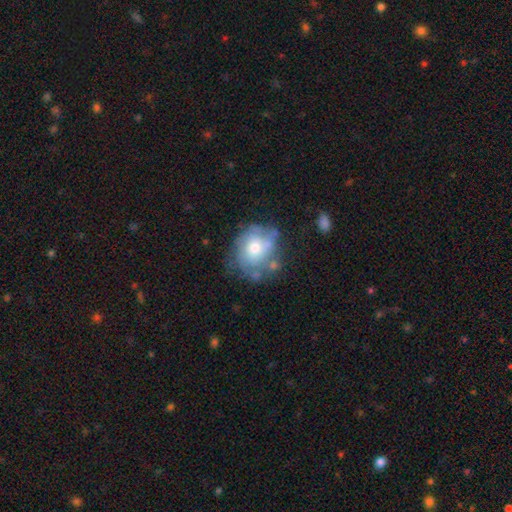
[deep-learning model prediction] Smooth or featured: featured or disk — 54% (smooth — 31%)
Edge-on disk: no — 96% (yes — 4%)
Bar: no — 80% (weak — 17%)
Spiral arms: yes — 64% (no — 36%)
Bulge size: moderate — 65% (small — 23%)
Merging: none — 64% (minor disturbance — 20%)